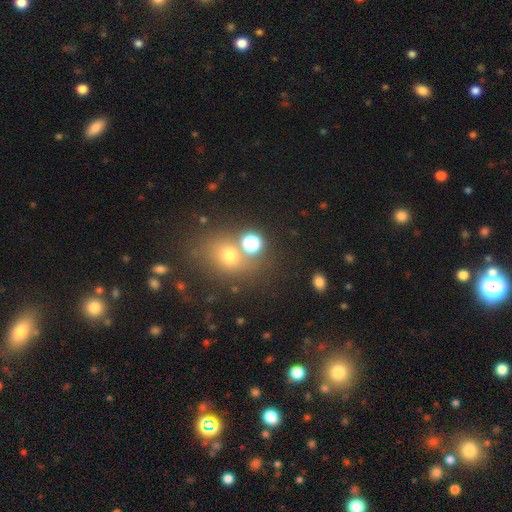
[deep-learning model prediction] This is possibly a smooth galaxy (56%). How rounded: likely round (65%). Merging: likely none (62%).